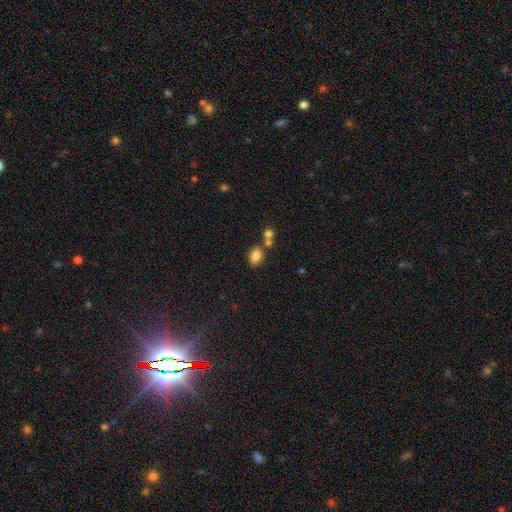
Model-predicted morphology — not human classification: Q: Smooth or featured?
A: smooth (83%); runner-up: star or artifact (10%)
Q: How rounded?
A: in between (72%); runner-up: round (27%)
Q: Merging?
A: none (62%); runner-up: merger (23%)